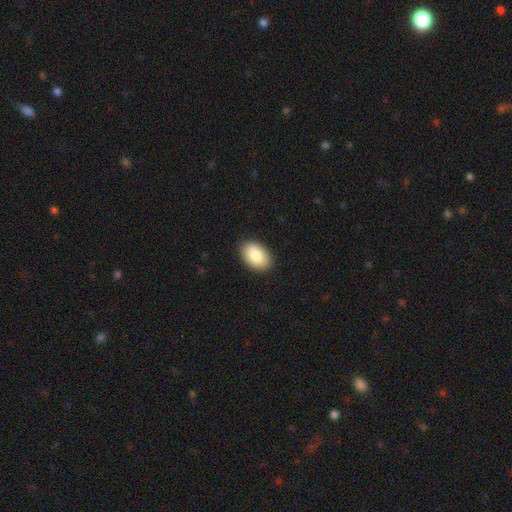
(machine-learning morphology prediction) Smooth or featured: smooth — 84% (featured or disk — 10%)
How rounded: in between — 88% (round — 10%)
Merging: none — 89% (minor disturbance — 8%)